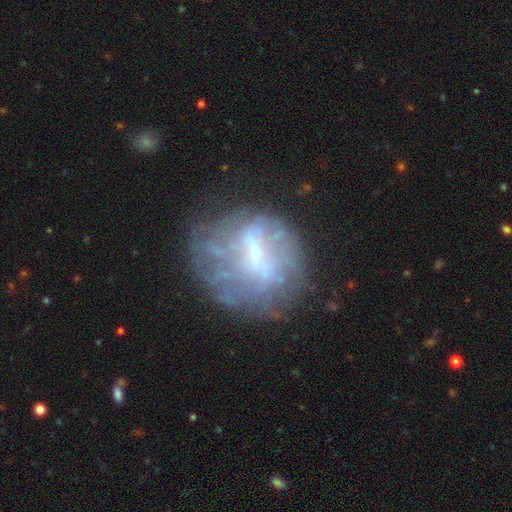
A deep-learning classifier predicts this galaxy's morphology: The model was most divided on "bar": weak: 43%, no: 38%, strong: 18%. More confident: edge-on disk — no (97%); smooth or featured — featured or disk (61%); spiral arms — no (60%); bulge size — small (54%); merging — none (53%).